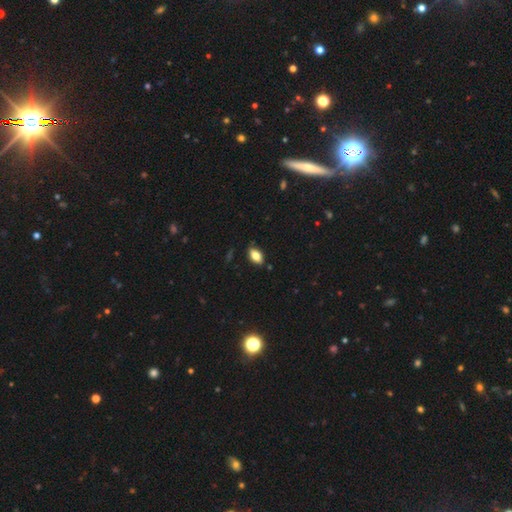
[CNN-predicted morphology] smooth 81%, featured or disk 11%, star or artifact 8%. Down the decision tree: how rounded — in between (91%); merging — none (85%).